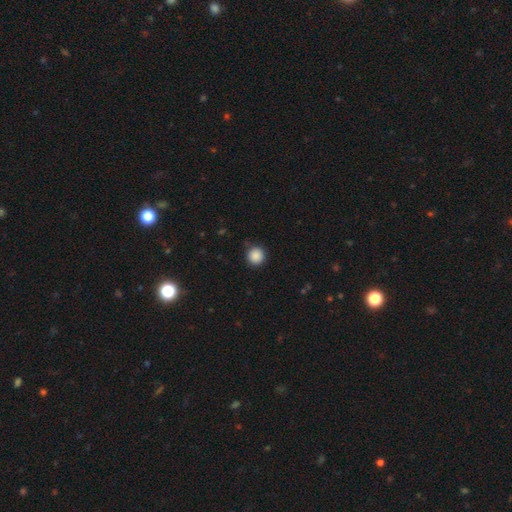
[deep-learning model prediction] The model was most divided on "smooth or featured": smooth: 88%, star or artifact: 10%, featured or disk: 2%. More confident: how rounded — round (94%); merging — none (88%).